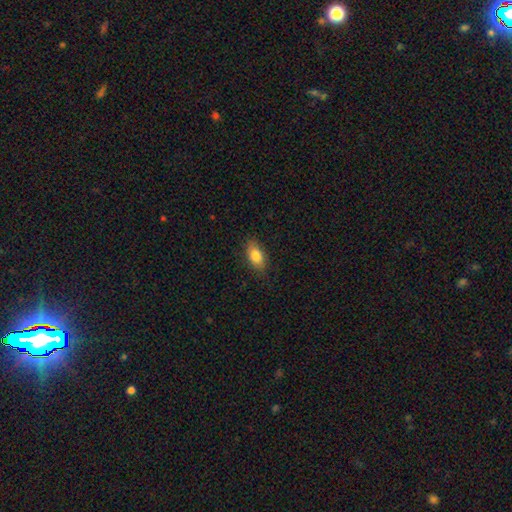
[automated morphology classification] smooth 82%, featured or disk 11%, star or artifact 7%. Down the decision tree: how rounded — in between (88%); merging — none (84%).